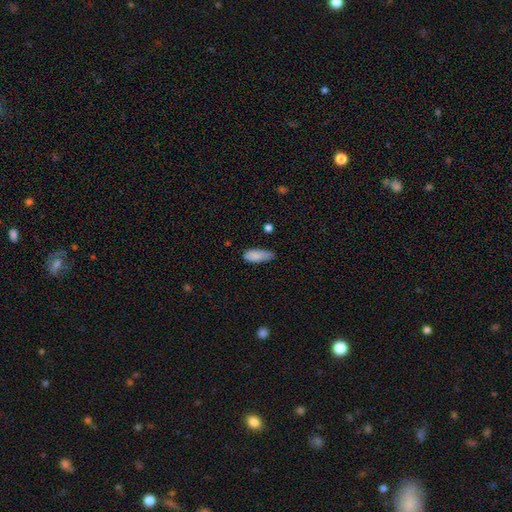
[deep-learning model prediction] Smooth or featured? smooth (85%)
How rounded? in between (75%)
Merging? none (55%)